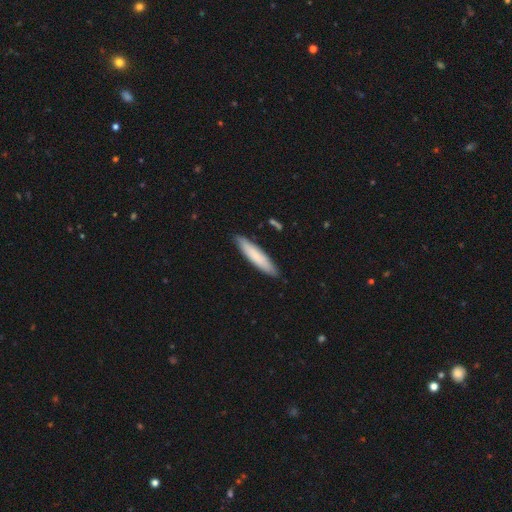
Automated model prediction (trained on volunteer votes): Smooth or featured: smooth — 78% (featured or disk — 16%)
How rounded: cigar-shaped — 85% (in between — 14%)
Merging: none — 88% (minor disturbance — 9%)